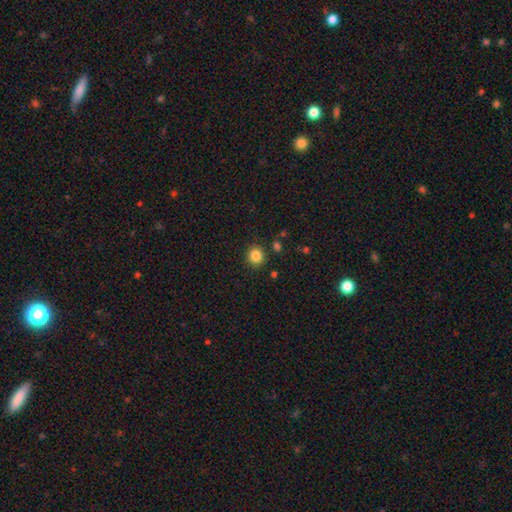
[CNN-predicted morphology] smooth-or-featured: smooth: 85% | star or artifact: 11% | featured or disk: 4%
  how-rounded: round: 87% | in between: 12% | cigar-shaped: 1%
  merging: none: 88% | minor disturbance: 7% | merger: 3% | major disturbance: 2%